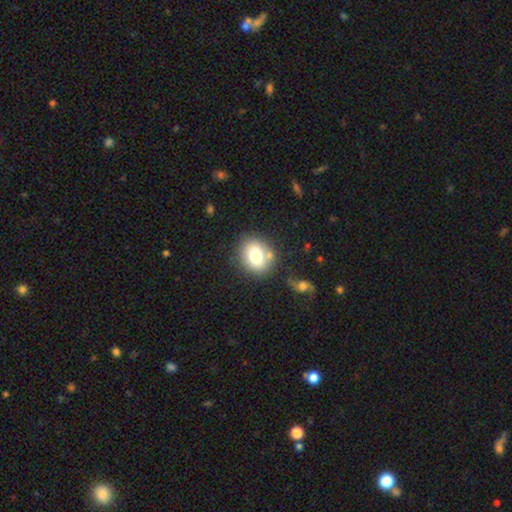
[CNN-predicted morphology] Smooth or featured: smooth — 75% (featured or disk — 16%)
How rounded: round — 67% (in between — 32%)
Merging: none — 74% (minor disturbance — 12%)